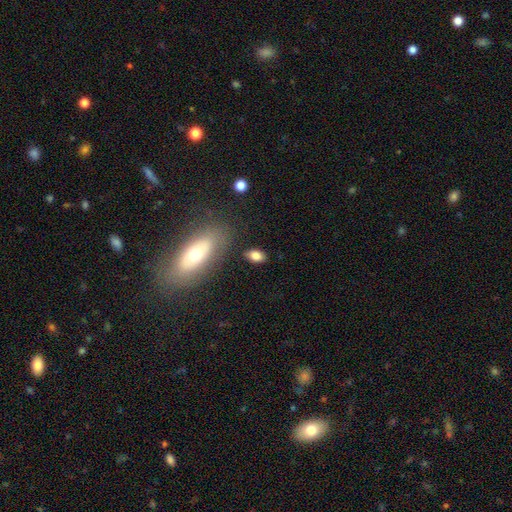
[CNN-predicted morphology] type=smooth (81%); roundness=in between (86%); merging=none (82%).